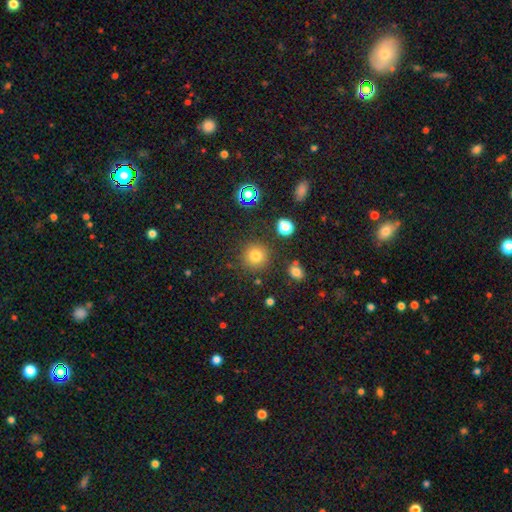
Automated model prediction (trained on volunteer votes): Smooth or featured?
  - smooth: 77% *
  - star or artifact: 16%
  - featured or disk: 7%
How rounded?
  - round: 94% *
  - in between: 5%
  - cigar-shaped: 1%
Merging?
  - none: 86% *
  - minor disturbance: 7%
  - merger: 3%
  - major disturbance: 3%